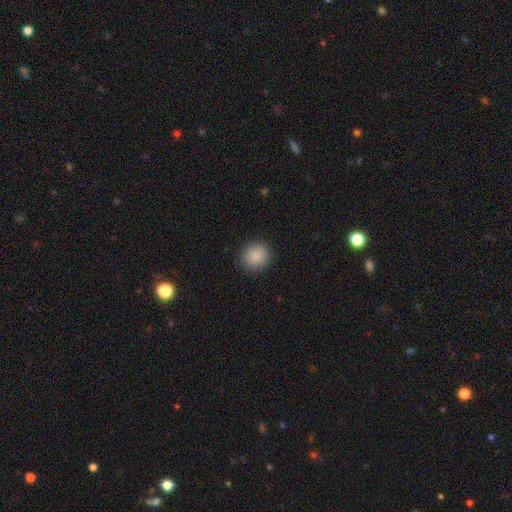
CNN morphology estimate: smooth-or-featured: smooth: 88% | star or artifact: 8% | featured or disk: 3%
  how-rounded: round: 86% | in between: 13% | cigar-shaped: 1%
  merging: none: 90% | minor disturbance: 7% | major disturbance: 2% | merger: 1%